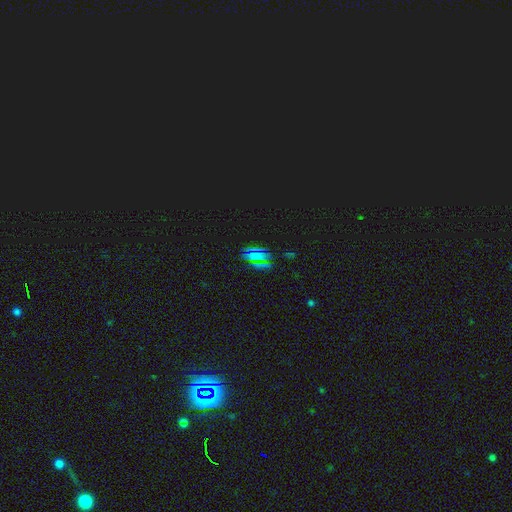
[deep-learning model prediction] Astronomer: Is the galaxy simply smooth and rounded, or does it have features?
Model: star or artifact — 45% (runner-up: smooth, 43%).